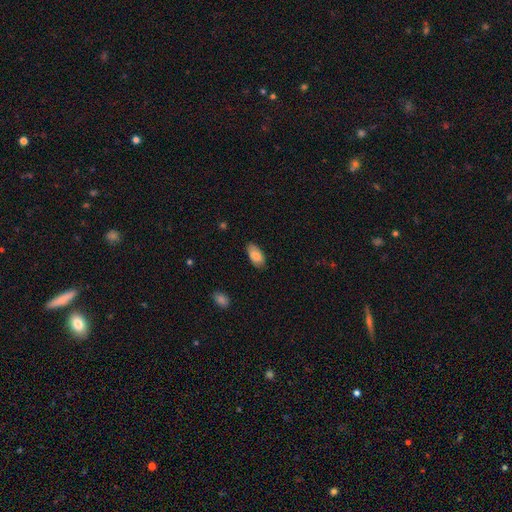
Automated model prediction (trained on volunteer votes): A smooth galaxy with no disk features (82%) that is in between round and cigar-shaped (94%).

Vote fractions:
- Smooth or featured? smooth: 82% / featured or disk: 11% / star or artifact: 7%
- How rounded? in between: 94% / cigar-shaped: 4% / round: 3%
- Merging? none: 82% / minor disturbance: 14% / major disturbance: 2% / merger: 1%